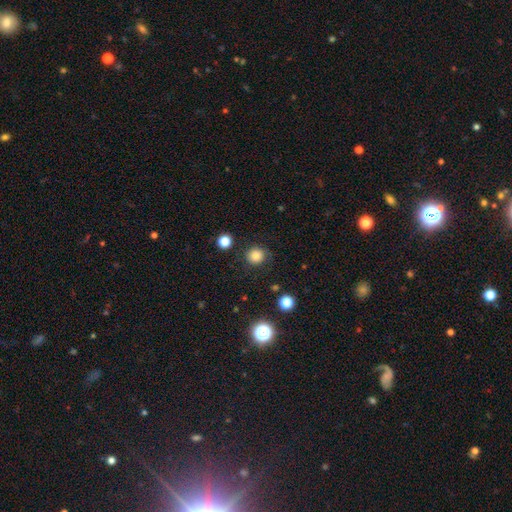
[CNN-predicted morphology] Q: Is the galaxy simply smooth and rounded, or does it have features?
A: smooth — 83%.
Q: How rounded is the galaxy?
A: round — 91%.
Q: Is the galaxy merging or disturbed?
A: none — 83%.